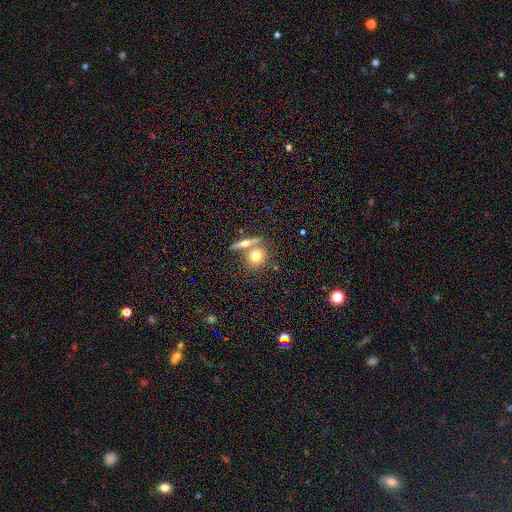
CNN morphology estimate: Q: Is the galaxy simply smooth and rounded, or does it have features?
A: smooth — 67%.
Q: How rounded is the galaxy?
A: round — 68%.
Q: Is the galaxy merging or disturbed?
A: none — 52%.